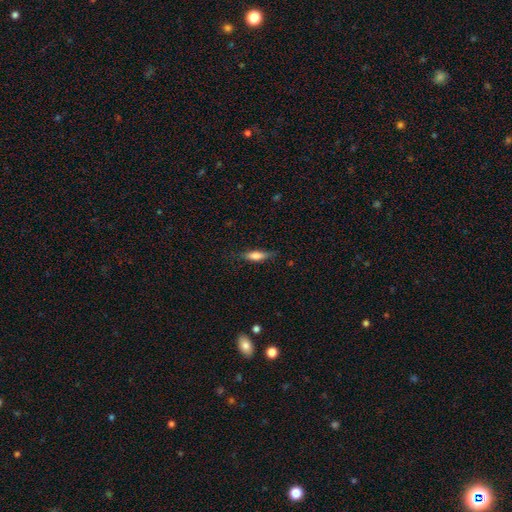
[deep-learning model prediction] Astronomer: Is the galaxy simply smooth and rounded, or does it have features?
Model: smooth — 69%.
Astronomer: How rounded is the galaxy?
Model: cigar-shaped — 53% (runner-up: in between, 45%).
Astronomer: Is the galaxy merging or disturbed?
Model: none — 75%.